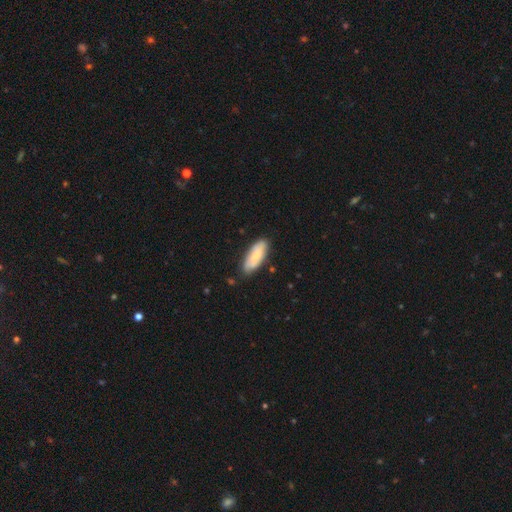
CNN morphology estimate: smooth-or-featured: smooth: 67% | featured or disk: 27% | star or artifact: 6%
  how-rounded: in between: 74% | cigar-shaped: 24% | round: 2%
  merging: none: 78% | minor disturbance: 17% | major disturbance: 3% | merger: 2%